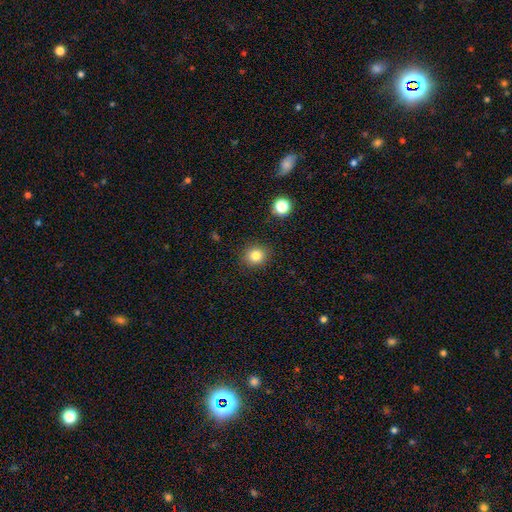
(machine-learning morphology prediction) The model was most divided on "smooth or featured": smooth: 82%, star or artifact: 12%, featured or disk: 6%. More confident: merging — none (90%); how rounded — round (86%).